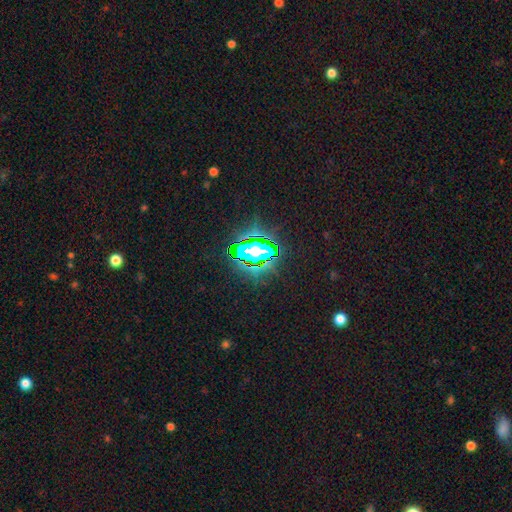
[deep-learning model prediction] This is likely a star or artifact rather than a galaxy (79%).